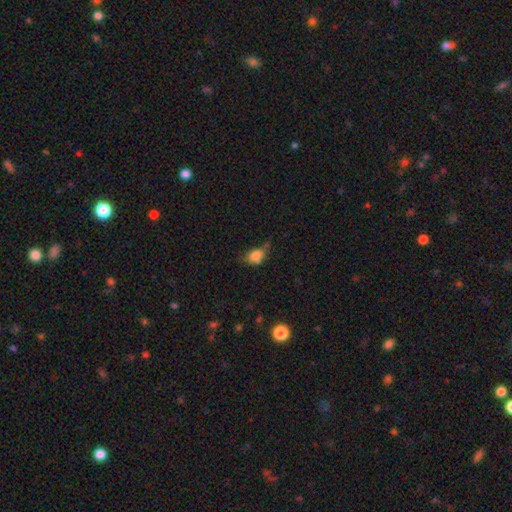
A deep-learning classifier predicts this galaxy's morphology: Smooth or featured?
  - smooth: 81% *
  - star or artifact: 11%
  - featured or disk: 8%
How rounded?
  - in between: 72% *
  - round: 26%
  - cigar-shaped: 2%
Merging?
  - none: 40% *
  - minor disturbance: 38%
  - major disturbance: 15%
  - merger: 6%